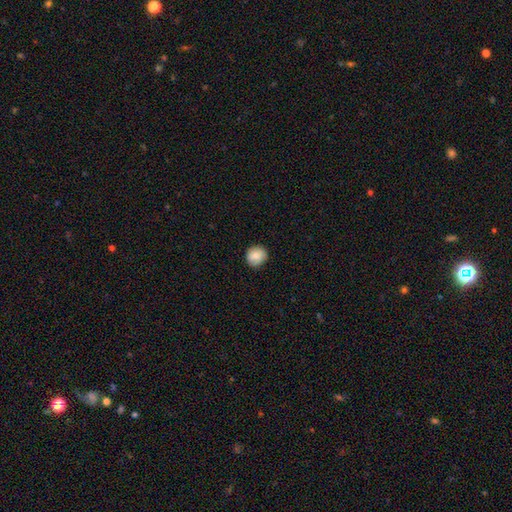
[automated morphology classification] smooth 81%, featured or disk 11%, star or artifact 8%. Down the decision tree: how rounded — round (90%); merging — none (83%).